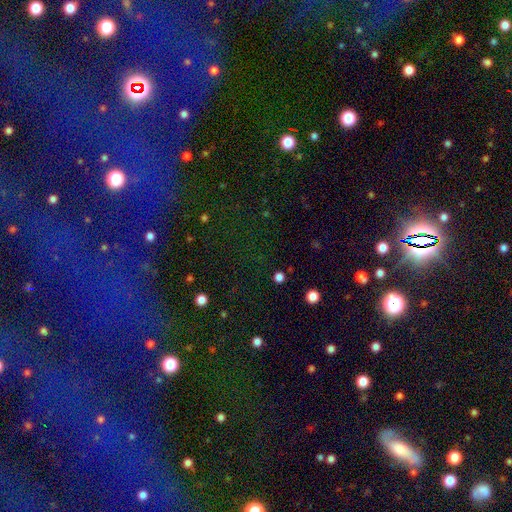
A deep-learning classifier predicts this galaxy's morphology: This appears to be a star or artifact, not a galaxy (74%).